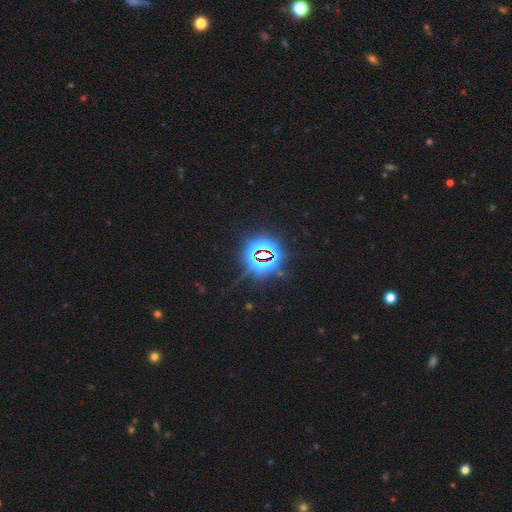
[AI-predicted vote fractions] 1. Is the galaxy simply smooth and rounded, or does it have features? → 82% star or artifact, 11% smooth, 7% featured or disk.